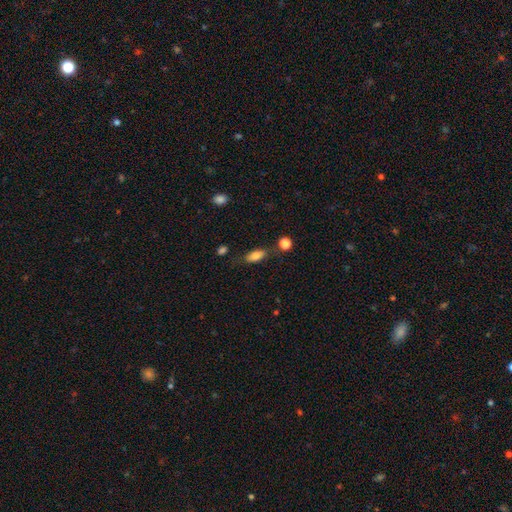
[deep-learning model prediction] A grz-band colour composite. It shows a smooth galaxy with no disk features (77%) that is in between round and cigar-shaped (79%). Merging: none (71%).